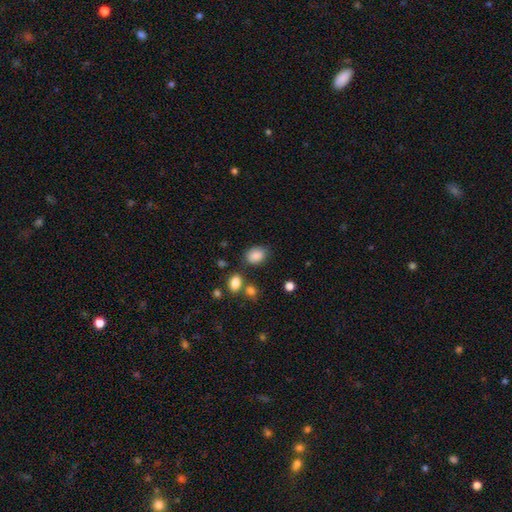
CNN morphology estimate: smooth 87%, star or artifact 9%, featured or disk 4%. Down the decision tree: how rounded — in between (72%); merging — none (73%).